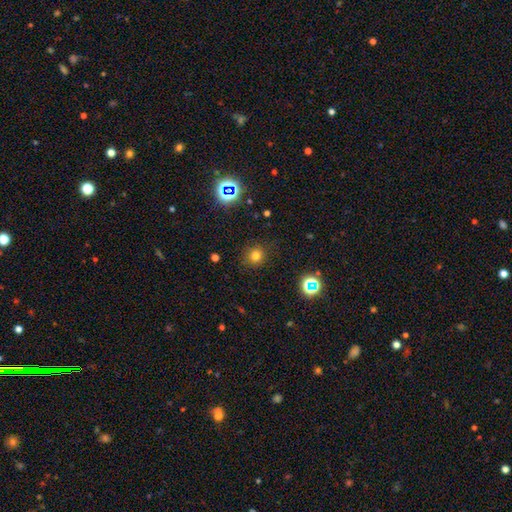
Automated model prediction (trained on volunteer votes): This is likely a smooth galaxy (73%). How rounded: clearly round (88%). Merging: clearly none (85%).